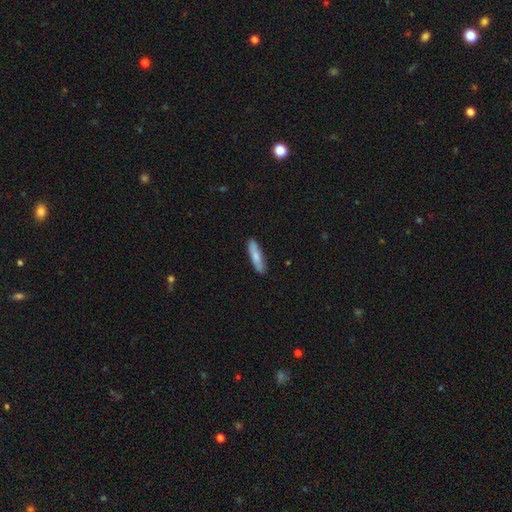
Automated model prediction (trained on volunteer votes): Smooth or featured? Predicted: smooth (p=0.73). How rounded? Predicted: cigar-shaped (p=0.75). Merging? Predicted: none (p=0.87).